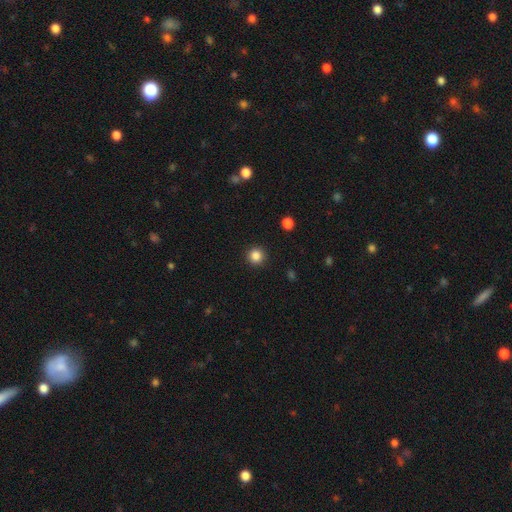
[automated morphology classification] A smooth galaxy with no disk features (85%) that is round (95%). Merging: none (93%).